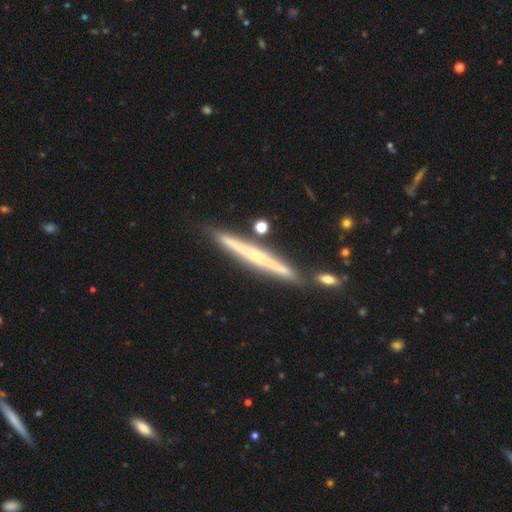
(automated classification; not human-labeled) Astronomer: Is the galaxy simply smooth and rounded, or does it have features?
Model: featured or disk — 75%.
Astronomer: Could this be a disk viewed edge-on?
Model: yes — 96%.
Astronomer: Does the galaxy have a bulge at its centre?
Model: rounded — 66%.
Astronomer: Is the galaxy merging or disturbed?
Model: none — 80%.